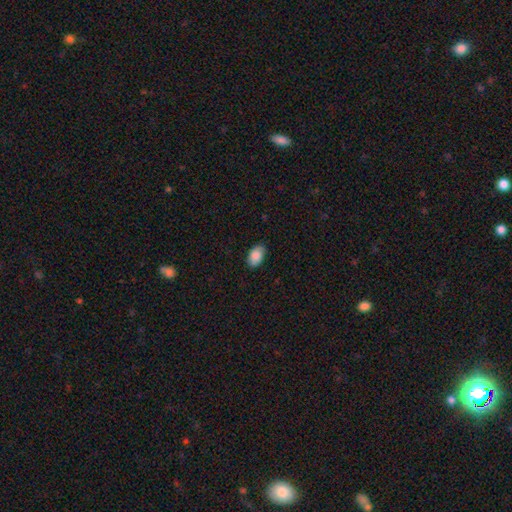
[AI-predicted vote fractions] Overall: smooth (86%). How rounded: in between (92%). Merging: none (80%).